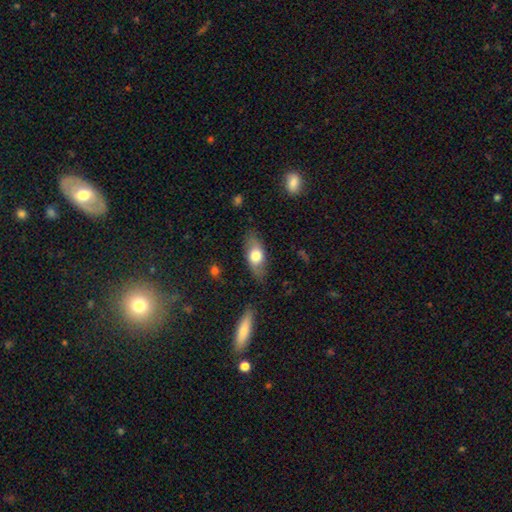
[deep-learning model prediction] A smooth galaxy with no disk features (65%) that is in between round and cigar-shaped (79%). Merging: none (80%).